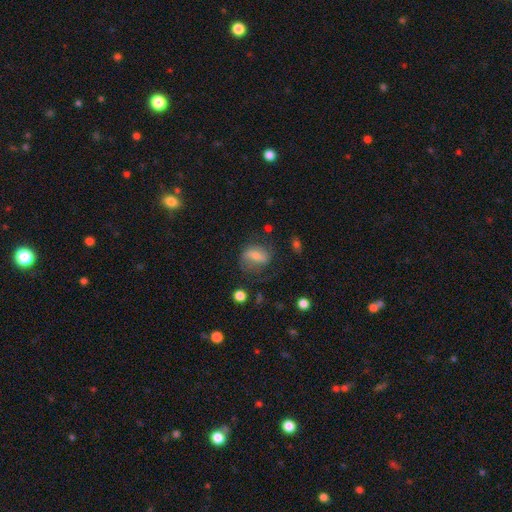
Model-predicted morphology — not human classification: Smooth or featured: smooth — 46% (featured or disk — 43%)
Merging: none — 60% (minor disturbance — 22%)